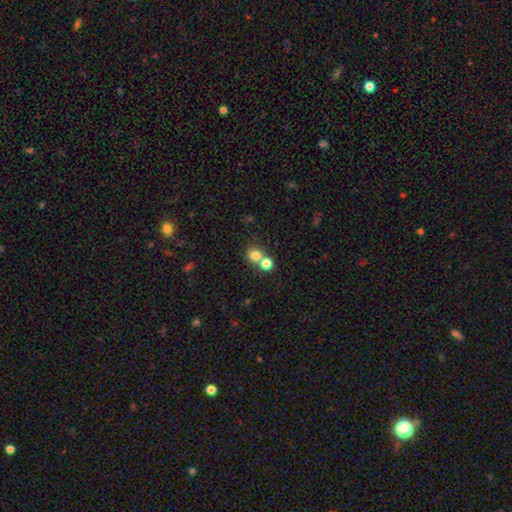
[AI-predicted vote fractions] smooth_or_featured: smooth (p=0.78) [alt: star or artifact p=0.13]
how_rounded: round (p=0.82) [alt: in between p=0.17]
merging: none (p=0.47) [alt: merger p=0.44]